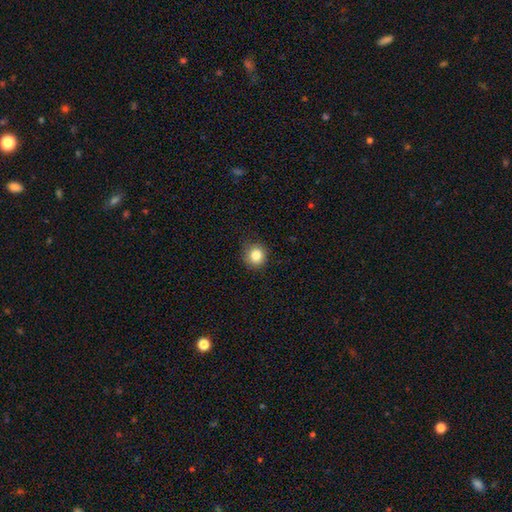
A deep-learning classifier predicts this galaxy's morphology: Overall: smooth (84%). How rounded: round (90%). Merging: none (86%).